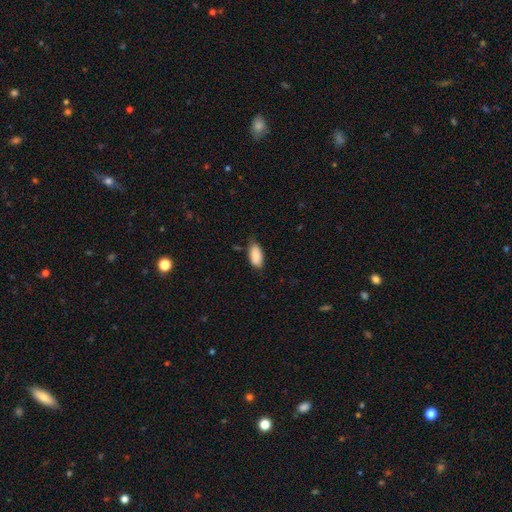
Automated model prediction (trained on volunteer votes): This is clearly a smooth galaxy (88%). How rounded: clearly in between (91%). Merging: likely none (71%).